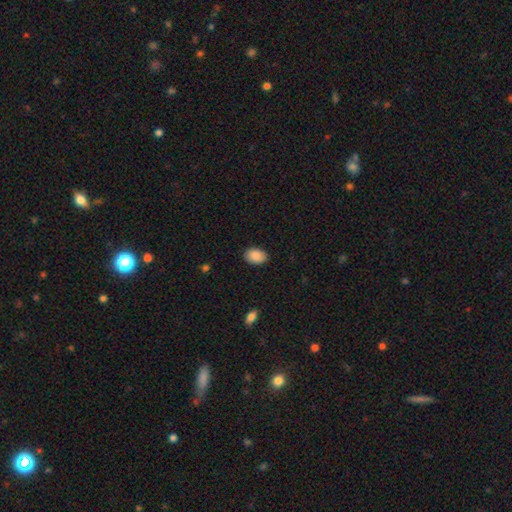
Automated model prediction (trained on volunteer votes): Q: Smooth or featured?
A: smooth (90%); runner-up: star or artifact (7%)
Q: How rounded?
A: in between (84%); runner-up: round (15%)
Q: Merging?
A: none (88%); runner-up: minor disturbance (9%)